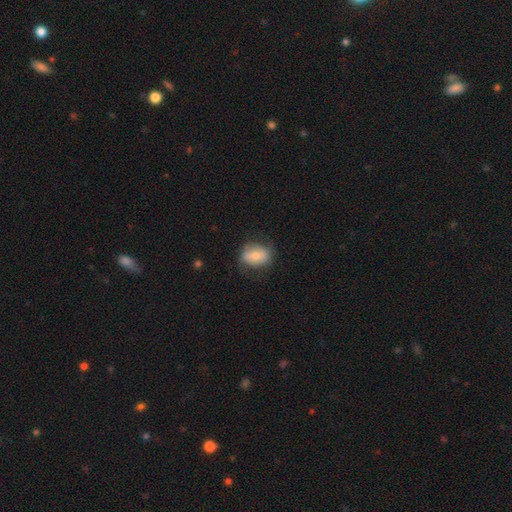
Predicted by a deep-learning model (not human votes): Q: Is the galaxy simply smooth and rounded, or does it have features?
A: smooth — 69%.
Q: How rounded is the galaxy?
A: in between — 72%.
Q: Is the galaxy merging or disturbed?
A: none — 66%.